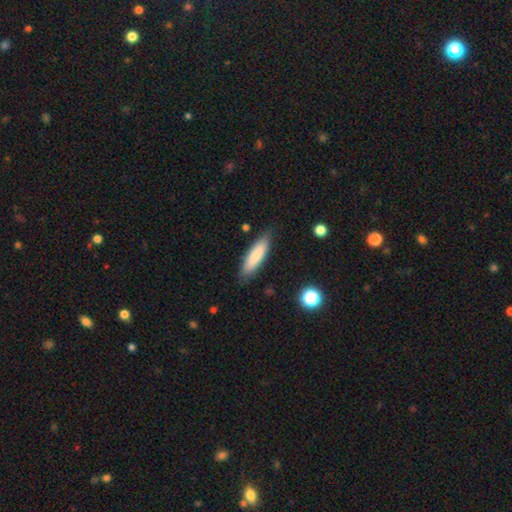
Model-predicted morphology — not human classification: Smooth or featured?
  - smooth: 79% *
  - featured or disk: 15%
  - star or artifact: 6%
How rounded?
  - cigar-shaped: 64% *
  - in between: 34%
  - round: 1%
Merging?
  - none: 84% *
  - minor disturbance: 12%
  - major disturbance: 2%
  - merger: 1%